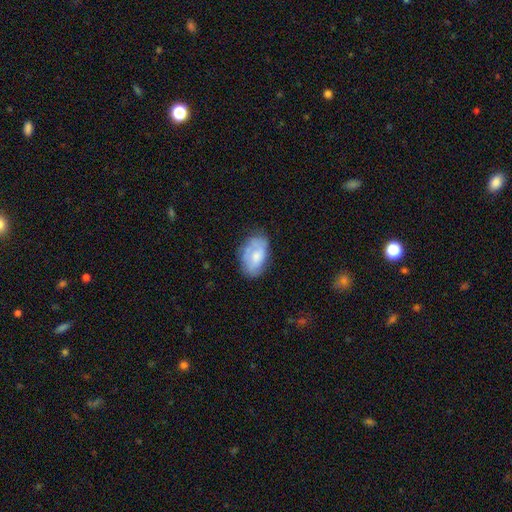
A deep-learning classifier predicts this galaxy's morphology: smooth-or-featured: smooth: 62% | featured or disk: 31% | star or artifact: 7%
  how-rounded: in between: 92% | round: 6% | cigar-shaped: 2%
  merging: none: 61% | minor disturbance: 28% | major disturbance: 9% | merger: 2%